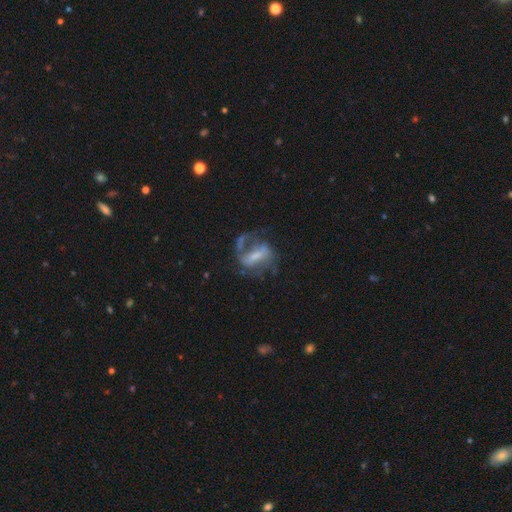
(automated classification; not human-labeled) featured or disk 72%, smooth 20%, star or artifact 9%. Down the decision tree: edge-on disk — no (96%); bar — strong (41%); spiral arms — yes (73%); spiral arm count — 2 (61%); spiral winding — medium (44%); bulge size — moderate (35%); merging — none (40%).